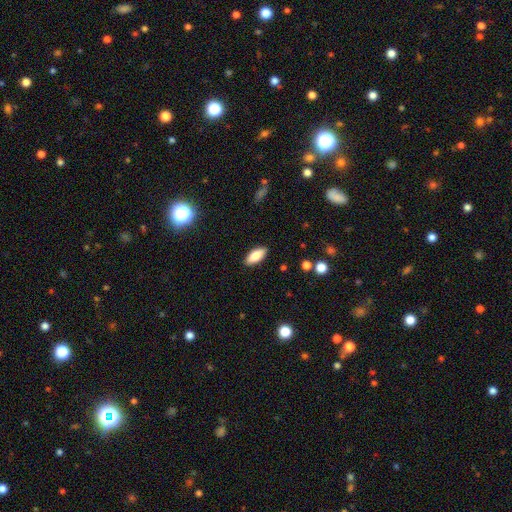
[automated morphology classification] Smooth or featured?
  - smooth: 82% *
  - featured or disk: 11%
  - star or artifact: 7%
How rounded?
  - in between: 81% *
  - cigar-shaped: 17%
  - round: 2%
Merging?
  - none: 89% *
  - minor disturbance: 8%
  - major disturbance: 2%
  - merger: 1%